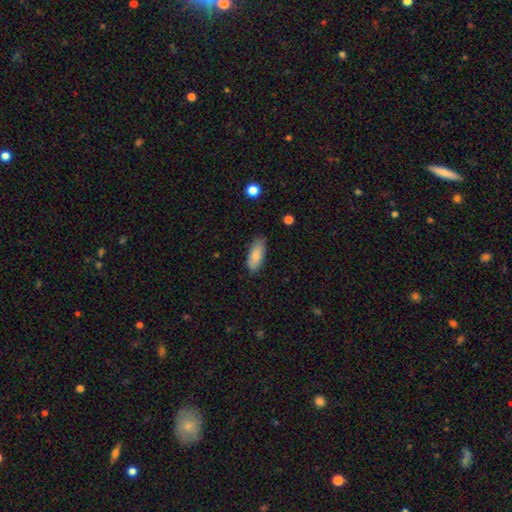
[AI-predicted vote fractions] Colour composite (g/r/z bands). It shows a smooth galaxy with no disk features (82%) that is in between round and cigar-shaped (82%). Merging: none (80%).